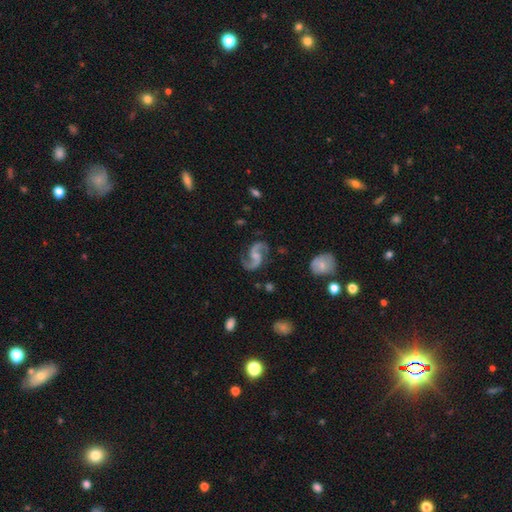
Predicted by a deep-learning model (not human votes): Overall: featured or disk (92%). Edge-on disk: no (98%). Bar: no (47%; weak 42%). Spiral arms: yes (98%). Spiral arm count: 2 (94%). Spiral winding: loose (59%; medium 36%). Bulge size: none (40%; small 32%). Merging: none (79%).